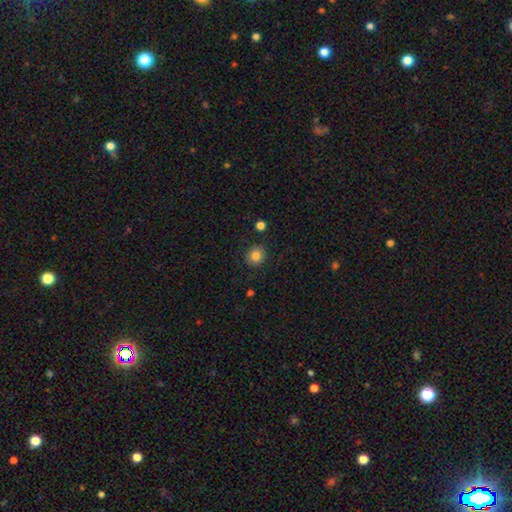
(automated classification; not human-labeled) Morphology: type=smooth (83%); roundness=round (79%); merging=none (86%).